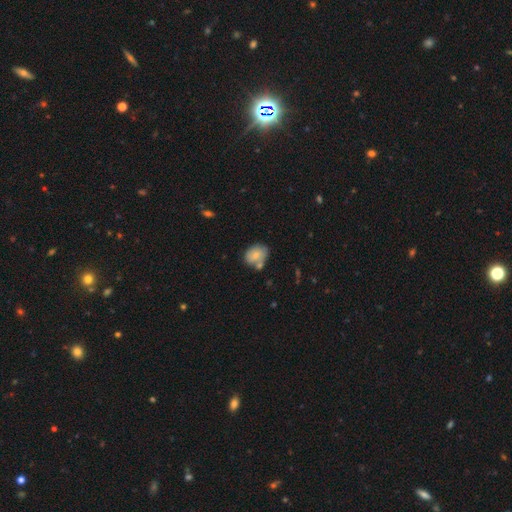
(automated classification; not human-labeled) The model was most divided on "how rounded": in between: 59%, round: 40%, cigar-shaped: 1%. More confident: smooth or featured — smooth (74%); merging — none (54%).